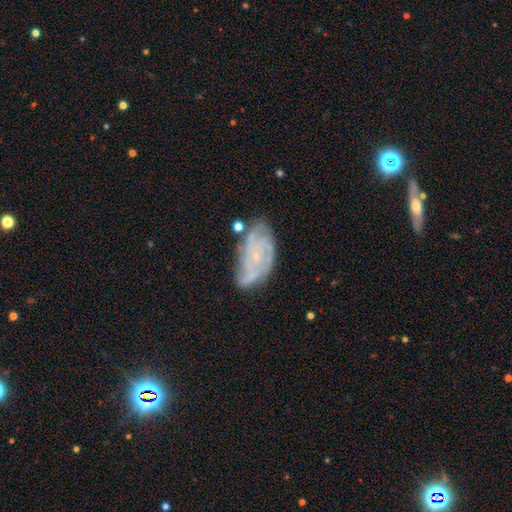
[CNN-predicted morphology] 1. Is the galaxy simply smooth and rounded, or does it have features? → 75% featured or disk, 17% smooth, 8% star or artifact.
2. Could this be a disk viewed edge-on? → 96% no, 4% yes.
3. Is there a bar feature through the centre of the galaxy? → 74% no, 22% weak, 4% strong.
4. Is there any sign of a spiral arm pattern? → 86% yes, 14% no.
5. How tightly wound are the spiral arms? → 56% tight, 33% medium, 12% loose.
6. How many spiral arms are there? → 38% can't tell, 20% 3, 16% 2, 15% 4, 6% more than 4, 5% 1.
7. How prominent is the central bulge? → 81% small, 11% moderate, 6% none, 1% large, 1% dominant.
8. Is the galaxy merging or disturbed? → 57% none, 26% minor disturbance, 11% major disturbance, 6% merger.